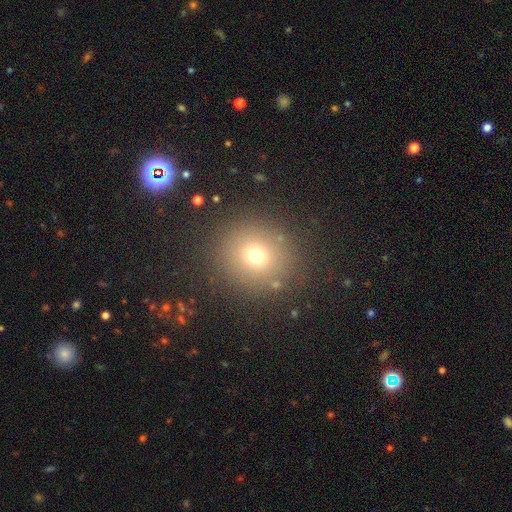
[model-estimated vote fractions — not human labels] Smooth or featured? smooth (70%)
How rounded? round (89%)
Merging? none (86%)